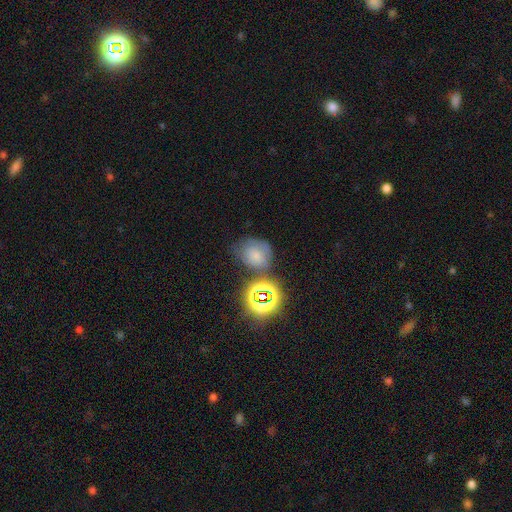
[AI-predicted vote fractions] Smooth or featured: smooth — 58% (star or artifact — 25%)
How rounded: round — 56% (in between — 43%)
Merging: none — 53% (minor disturbance — 22%)